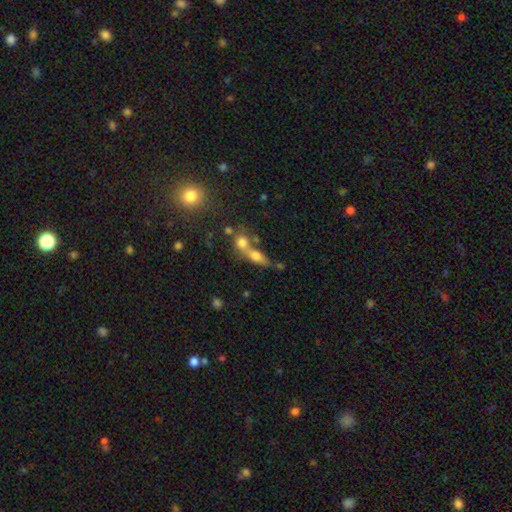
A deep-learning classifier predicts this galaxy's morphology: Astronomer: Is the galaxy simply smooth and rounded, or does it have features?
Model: smooth — 64%.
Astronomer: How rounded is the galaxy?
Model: in between — 52%.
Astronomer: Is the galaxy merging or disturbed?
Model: merger — 57%.